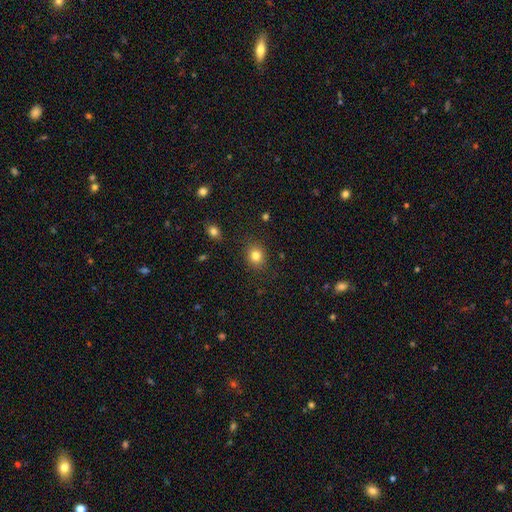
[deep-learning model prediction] Smooth or featured: smooth — 83% (star or artifact — 11%)
How rounded: round — 67% (in between — 33%)
Merging: none — 86% (minor disturbance — 9%)